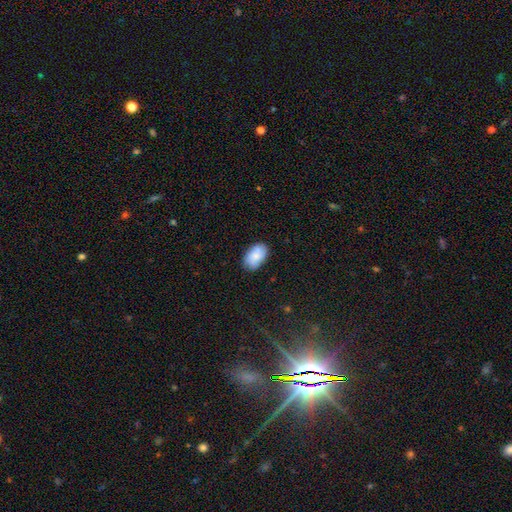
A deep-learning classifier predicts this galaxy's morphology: A smooth galaxy with no disk features (81%) that is in between round and cigar-shaped (92%).

Vote fractions:
- Smooth or featured? smooth: 81% / featured or disk: 12% / star or artifact: 7%
- How rounded? in between: 92% / round: 6% / cigar-shaped: 1%
- Merging? none: 81% / minor disturbance: 15% / major disturbance: 3% / merger: 1%